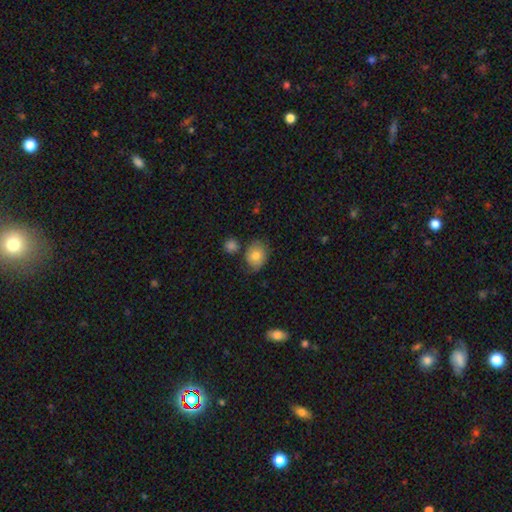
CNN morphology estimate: This is likely a smooth galaxy (78%). How rounded: possibly round (51%). Merging: likely none (66%).